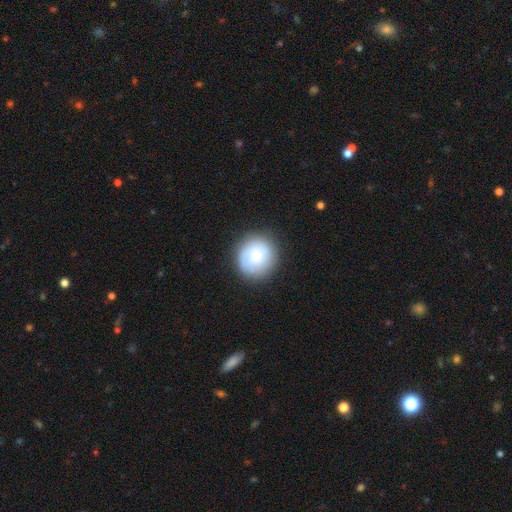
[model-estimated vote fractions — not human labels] Smooth or featured? Predicted: smooth (p=0.71). How rounded? Predicted: round (p=0.90). Merging? Predicted: none (p=0.83).